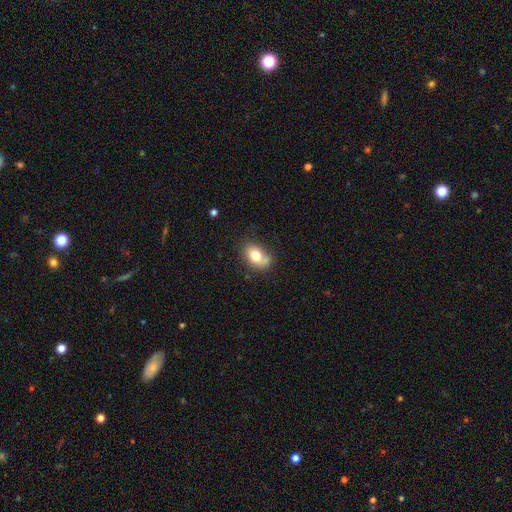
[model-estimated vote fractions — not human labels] smooth-or-featured: smooth: 76% | featured or disk: 15% | star or artifact: 9%
  how-rounded: in between: 78% | round: 21% | cigar-shaped: 1%
  merging: none: 54% | minor disturbance: 23% | merger: 14% | major disturbance: 8%